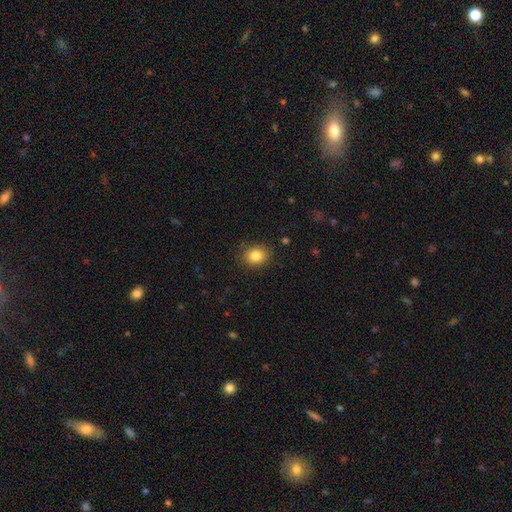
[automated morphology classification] Q: Smooth or featured?
A: smooth (83%); runner-up: star or artifact (10%)
Q: How rounded?
A: round (61%); runner-up: in between (38%)
Q: Merging?
A: none (86%); runner-up: minor disturbance (10%)